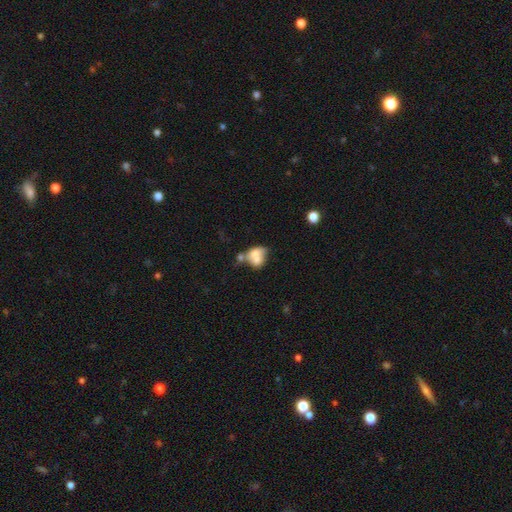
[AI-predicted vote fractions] Smooth or featured? Predicted: smooth (p=0.62). How rounded? Predicted: in between (p=0.61). Merging? Predicted: merger (p=0.57).